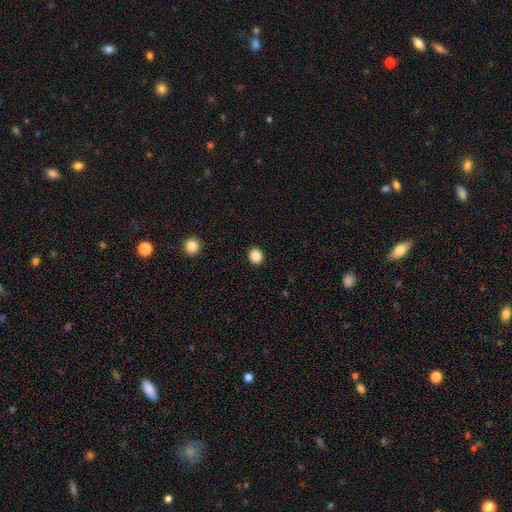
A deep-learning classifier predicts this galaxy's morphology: Overall: smooth (87%). How rounded: round (77%). Merging: none (92%).